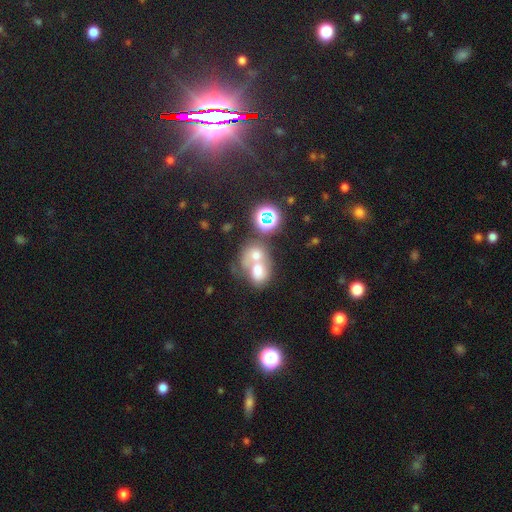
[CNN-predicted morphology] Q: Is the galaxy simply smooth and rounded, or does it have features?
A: smooth — 60%.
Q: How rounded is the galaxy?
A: round — 51%.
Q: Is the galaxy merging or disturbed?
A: merger — 69%.